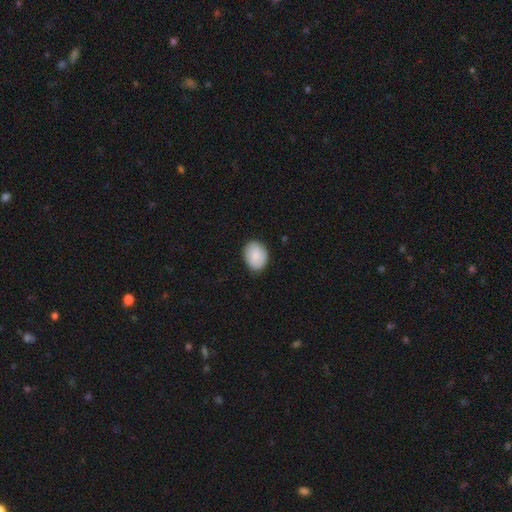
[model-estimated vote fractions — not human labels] The model was most divided on "how rounded": in between: 65%, round: 34%, cigar-shaped: 1%. More confident: merging — none (85%); smooth or featured — smooth (84%).